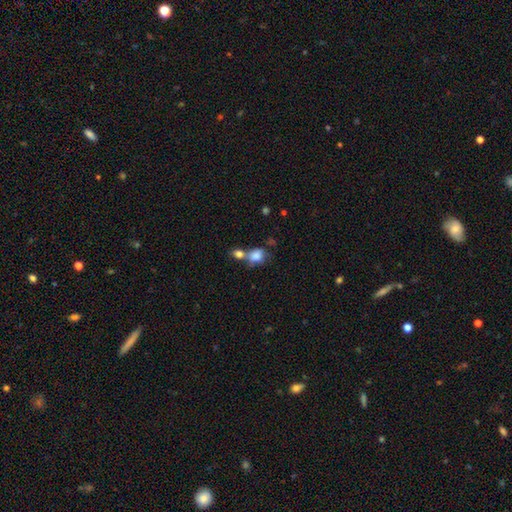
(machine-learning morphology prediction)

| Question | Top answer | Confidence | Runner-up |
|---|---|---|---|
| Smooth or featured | smooth | 80% | featured or disk (11%) |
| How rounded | round | 52% | in between (46%) |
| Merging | merger | 50% | none (30%) |